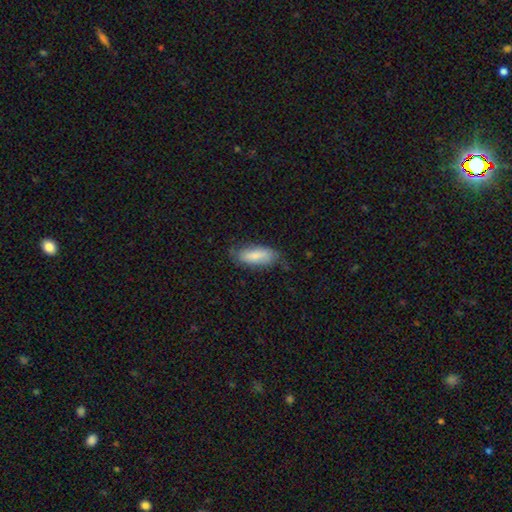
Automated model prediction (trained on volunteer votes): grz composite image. It shows a smooth galaxy with no disk features (75%) that is in between round and cigar-shaped (77%). Merging: none (69%).